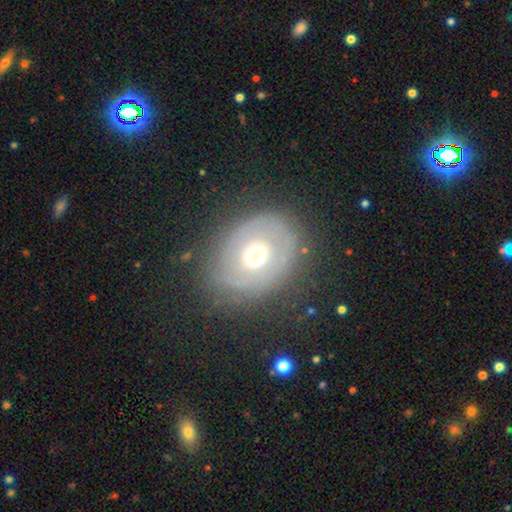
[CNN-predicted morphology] Smooth or featured?
  - featured or disk: 53% *
  - smooth: 38%
  - star or artifact: 9%
Edge-on disk?
  - no: 94% *
  - yes: 6%
Merging?
  - none: 74% *
  - minor disturbance: 17%
  - major disturbance: 8%
  - merger: 2%